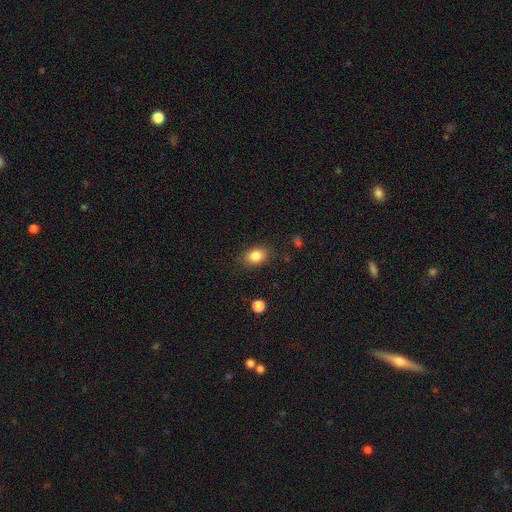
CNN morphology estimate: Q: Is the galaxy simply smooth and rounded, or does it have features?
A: smooth — 85%.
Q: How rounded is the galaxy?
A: in between — 77%.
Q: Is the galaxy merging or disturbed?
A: none — 84%.